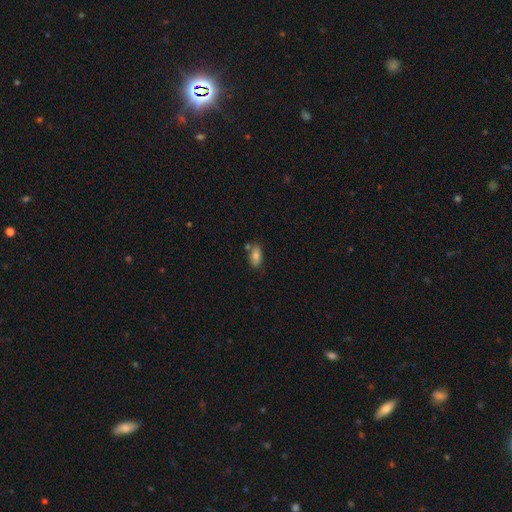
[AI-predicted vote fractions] Smooth or featured: smooth — 76% (featured or disk — 15%)
How rounded: in between — 90% (round — 5%)
Merging: none — 69% (minor disturbance — 16%)